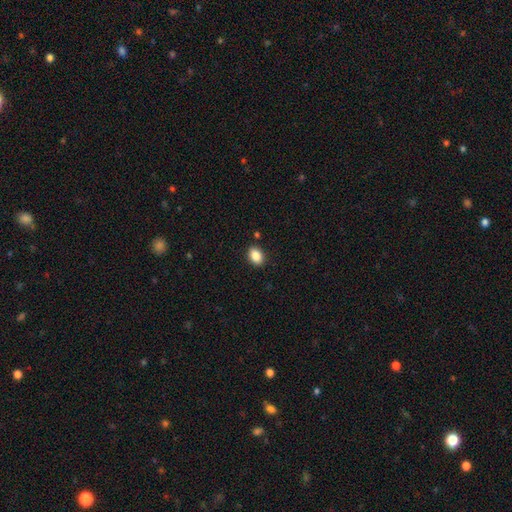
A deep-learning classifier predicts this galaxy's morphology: A smooth galaxy with no disk features (87%) that is in between round and cigar-shaped (80%).

Vote fractions:
- Smooth or featured? smooth: 87% / star or artifact: 9% / featured or disk: 4%
- How rounded? in between: 80% / round: 19% / cigar-shaped: 1%
- Merging? none: 89% / minor disturbance: 8% / major disturbance: 2% / merger: 2%